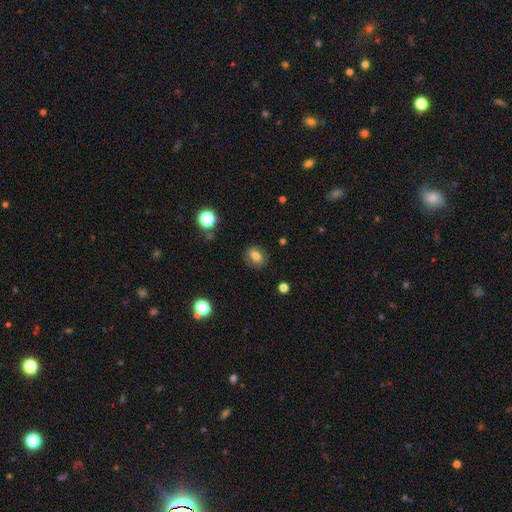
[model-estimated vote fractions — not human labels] Q: Smooth or featured?
A: smooth (73%); runner-up: featured or disk (15%)
Q: How rounded?
A: in between (55%); runner-up: round (43%)
Q: Merging?
A: none (84%); runner-up: minor disturbance (11%)